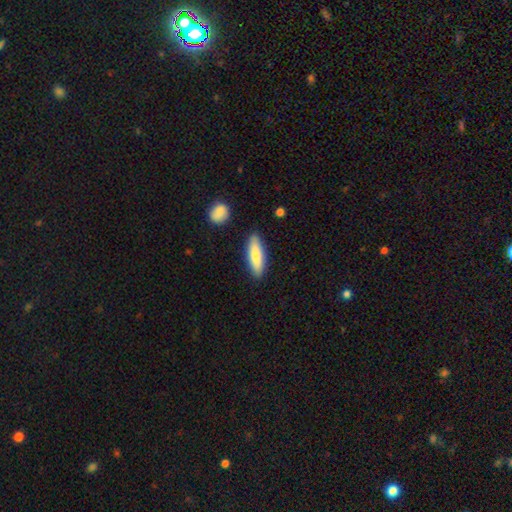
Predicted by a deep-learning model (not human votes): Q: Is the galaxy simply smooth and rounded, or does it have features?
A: smooth — 78%.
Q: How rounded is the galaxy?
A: cigar-shaped — 60%.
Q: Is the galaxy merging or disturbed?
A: none — 87%.